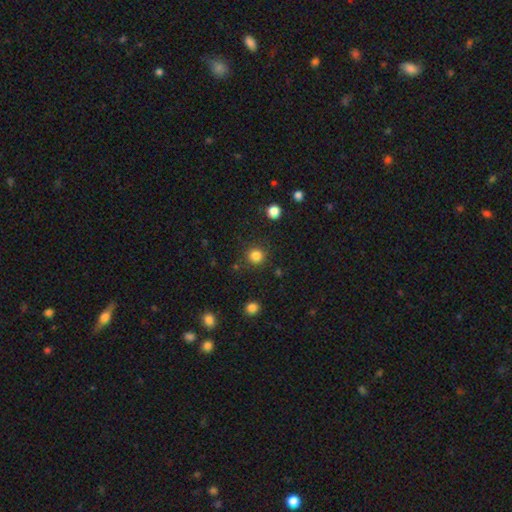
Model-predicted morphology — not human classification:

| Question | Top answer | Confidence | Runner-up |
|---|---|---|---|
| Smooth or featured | smooth | 84% | star or artifact (13%) |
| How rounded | round | 94% | in between (6%) |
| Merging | none | 89% | minor disturbance (6%) |